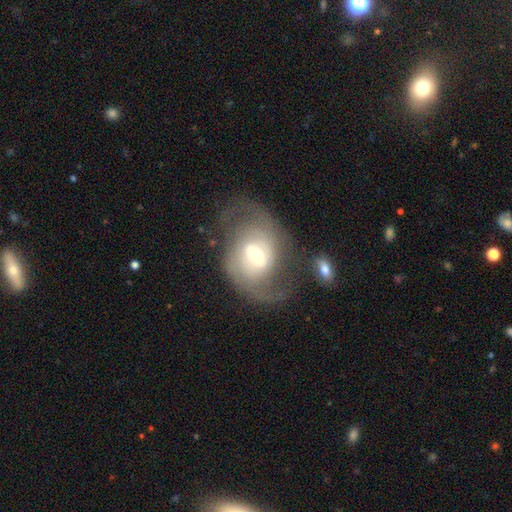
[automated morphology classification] Smooth or featured?
  - featured or disk: 76% *
  - smooth: 18%
  - star or artifact: 7%
Edge-on disk?
  - no: 96% *
  - yes: 4%
Bar?
  - weak: 50% *
  - no: 30%
  - strong: 20%
Spiral arms?
  - yes: 85% *
  - no: 15%
Spiral winding?
  - medium: 45% *
  - loose: 32%
  - tight: 23%
Spiral arm count?
  - 2: 80% *
  - can't tell: 11%
  - 1: 4%
  - 3: 2%
  - 4: 1%
  - more than 4: 1%
Bulge size?
  - moderate: 61% *
  - small: 26%
  - large: 10%
  - dominant: 2%
  - none: 1%
Merging?
  - none: 56% *
  - major disturbance: 19%
  - minor disturbance: 18%
  - merger: 7%